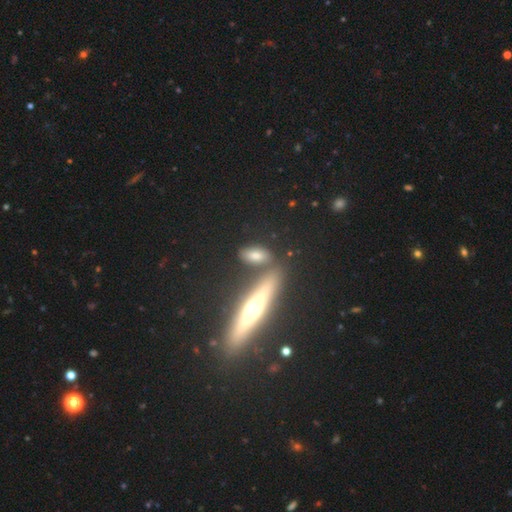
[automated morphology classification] A smooth galaxy with no disk features (69%) that is in between round and cigar-shaped (70%).

Vote fractions:
- Smooth or featured? smooth: 69% / featured or disk: 19% / star or artifact: 12%
- How rounded? in between: 70% / cigar-shaped: 23% / round: 7%
- Merging? none: 70% / merger: 13% / minor disturbance: 11% / major disturbance: 5%